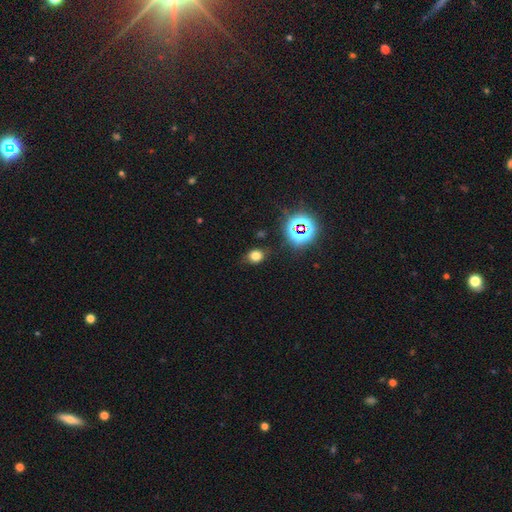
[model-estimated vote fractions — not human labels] smooth 69%, star or artifact 23%, featured or disk 8%. Down the decision tree: how rounded — round (58%); merging — none (77%).